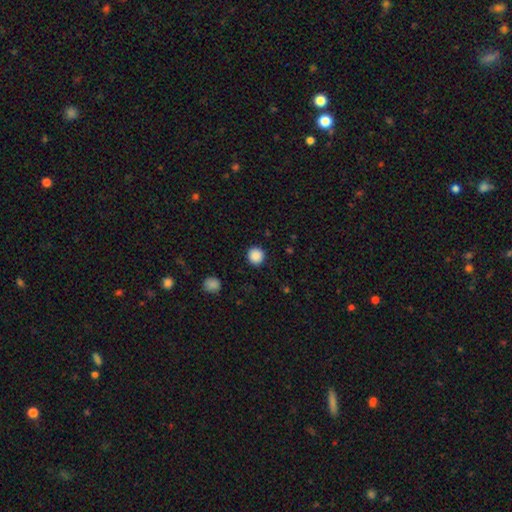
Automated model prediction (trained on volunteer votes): smooth 88%, star or artifact 9%, featured or disk 2%. Down the decision tree: how rounded — round (94%); merging — none (92%).